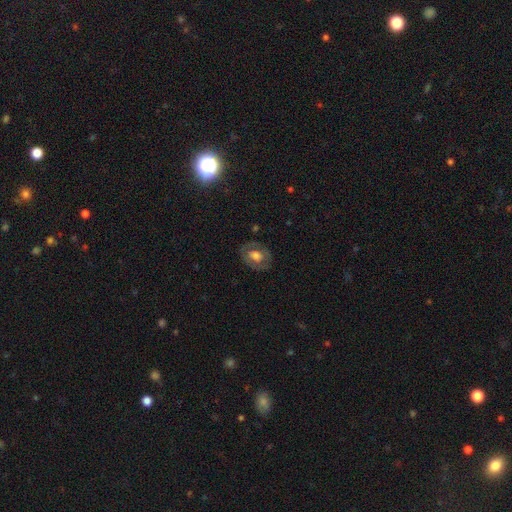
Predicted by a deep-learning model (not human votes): The model was most divided on "smooth or featured": smooth: 48%, featured or disk: 45%, star or artifact: 8%. More confident: merging — none (78%).